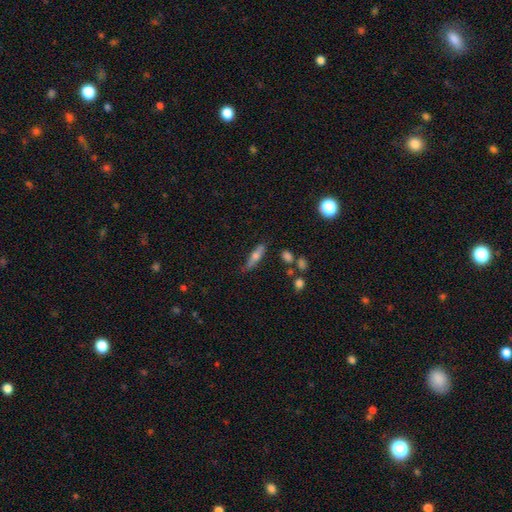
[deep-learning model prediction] This appears to be a smooth galaxy with no disk features (57%) that is cigar-shaped (69%). Merging: none (64%).